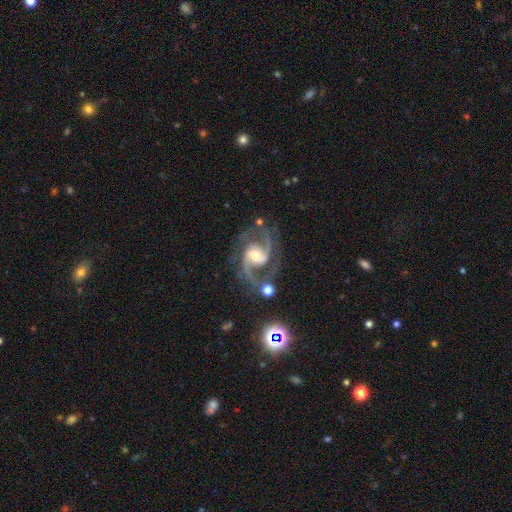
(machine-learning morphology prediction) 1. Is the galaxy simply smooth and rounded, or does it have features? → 92% featured or disk, 5% star or artifact, 3% smooth.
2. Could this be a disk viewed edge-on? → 98% no, 2% yes.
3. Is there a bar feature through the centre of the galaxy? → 43% weak, 39% no, 18% strong.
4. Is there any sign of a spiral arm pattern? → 98% yes, 2% no.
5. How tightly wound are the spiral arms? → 63% medium, 22% loose, 15% tight.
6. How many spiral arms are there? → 86% 2, 6% 3, 2% can't tell, 2% 1, 2% 4, 1% more than 4.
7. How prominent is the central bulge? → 62% moderate, 27% small, 8% large, 2% none, 1% dominant.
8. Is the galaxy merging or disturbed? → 65% none, 17% minor disturbance, 11% major disturbance, 7% merger.